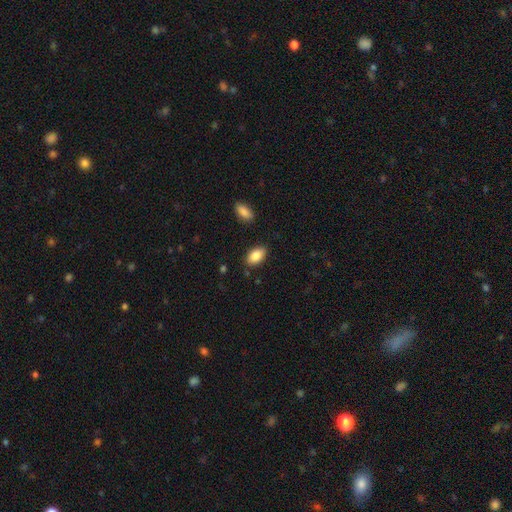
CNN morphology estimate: Overall: smooth (87%). How rounded: in between (92%). Merging: none (85%).